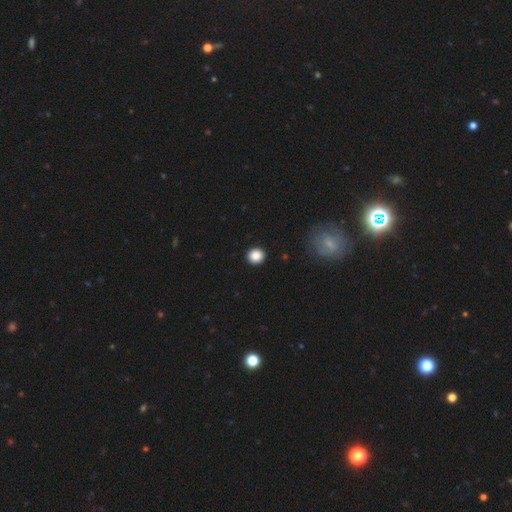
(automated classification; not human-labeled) A smooth galaxy with no disk features (87%) that is round (84%).

Vote fractions:
- Smooth or featured? smooth: 87% / star or artifact: 9% / featured or disk: 4%
- How rounded? round: 84% / in between: 15% / cigar-shaped: 1%
- Merging? none: 92% / minor disturbance: 5% / major disturbance: 2% / merger: 1%